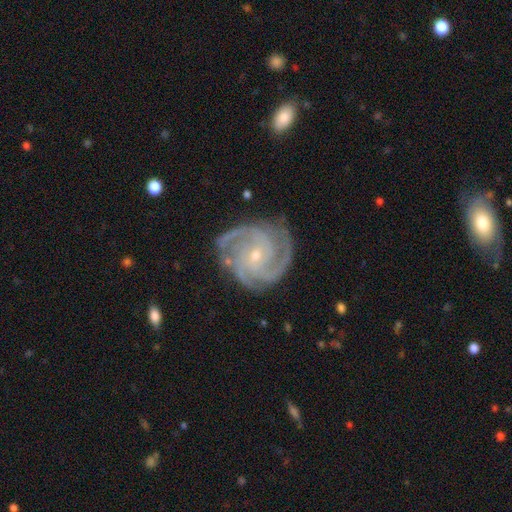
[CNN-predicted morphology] This appears to be a featured or disk galaxy (92%) with no bar (66%), 3 (46%) tight (65%) spiral arms (99%) and a small central bulge (77%). Merging: none (79%).